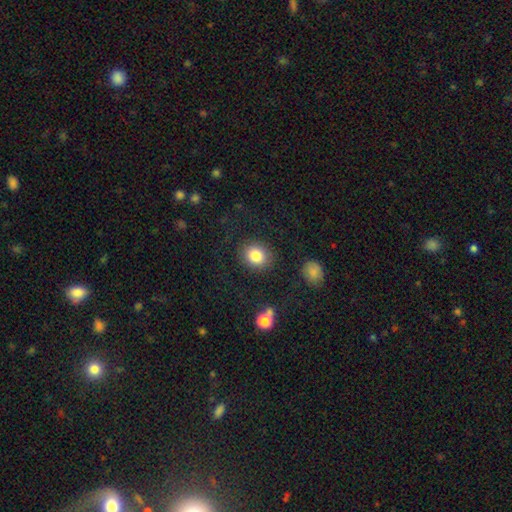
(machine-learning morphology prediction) Smooth or featured?
  - smooth: 84% *
  - star or artifact: 9%
  - featured or disk: 7%
How rounded?
  - round: 72% *
  - in between: 27%
  - cigar-shaped: 1%
Merging?
  - none: 85% *
  - minor disturbance: 9%
  - major disturbance: 4%
  - merger: 2%